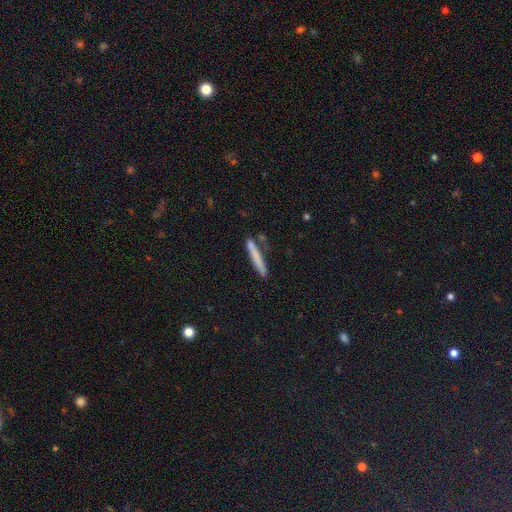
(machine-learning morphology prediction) Smooth or featured: smooth — 71% (featured or disk — 22%)
How rounded: cigar-shaped — 95% (in between — 3%)
Merging: none — 79% (minor disturbance — 12%)